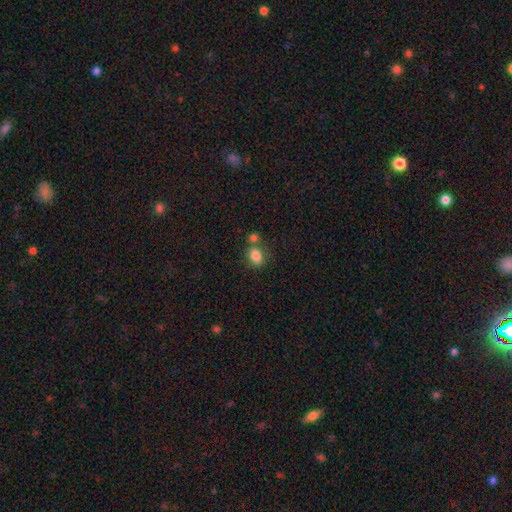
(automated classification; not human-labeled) Smooth or featured? Predicted: smooth (p=0.84). How rounded? Predicted: in between (p=0.65). Merging? Predicted: none (p=0.53).